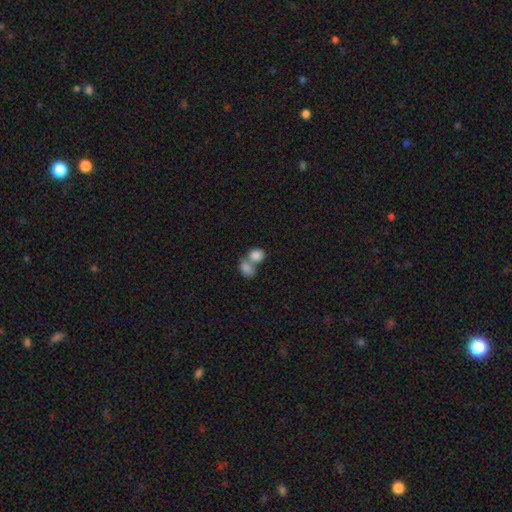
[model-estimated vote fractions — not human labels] This is clearly a smooth galaxy (84%). How rounded: possibly round (52%). Merging: likely merger (64%).